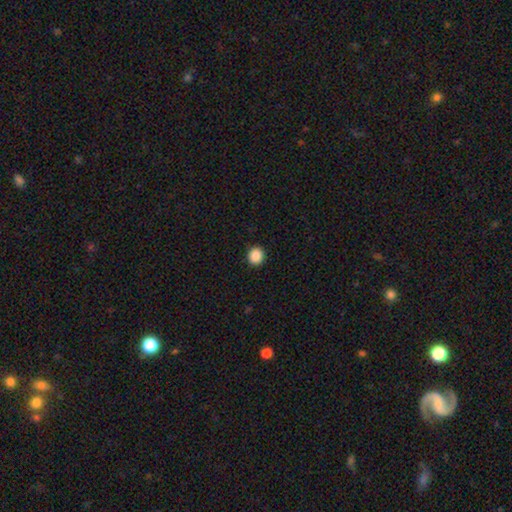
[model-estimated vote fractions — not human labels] smooth 88%, star or artifact 9%, featured or disk 2%. Down the decision tree: how rounded — round (88%); merging — none (93%).